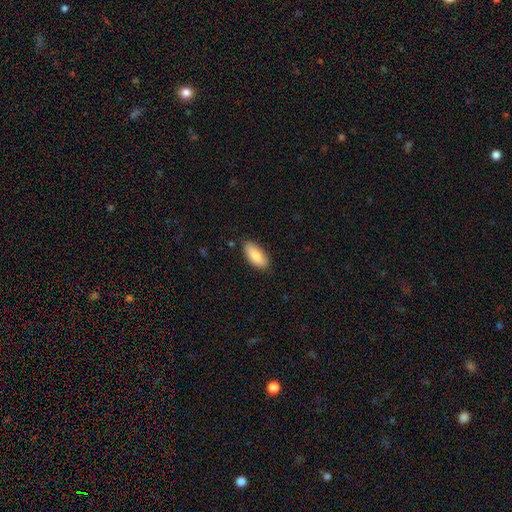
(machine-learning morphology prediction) Q: Smooth or featured?
A: smooth (84%); runner-up: featured or disk (10%)
Q: How rounded?
A: in between (87%); runner-up: cigar-shaped (11%)
Q: Merging?
A: none (82%); runner-up: minor disturbance (14%)